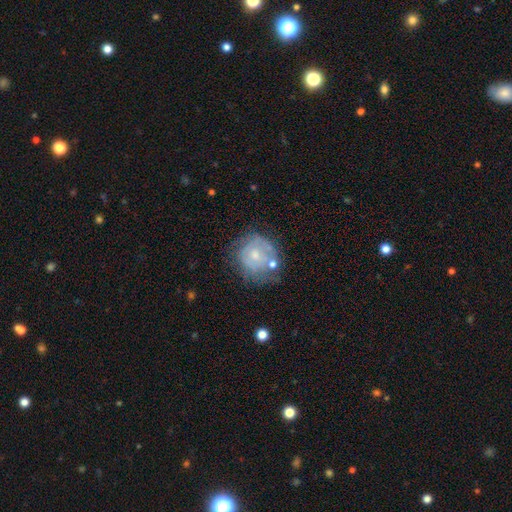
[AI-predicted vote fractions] featured or disk 51%, smooth 41%, star or artifact 8%. Down the decision tree: edge-on disk — no (97%); merging — none (49%).